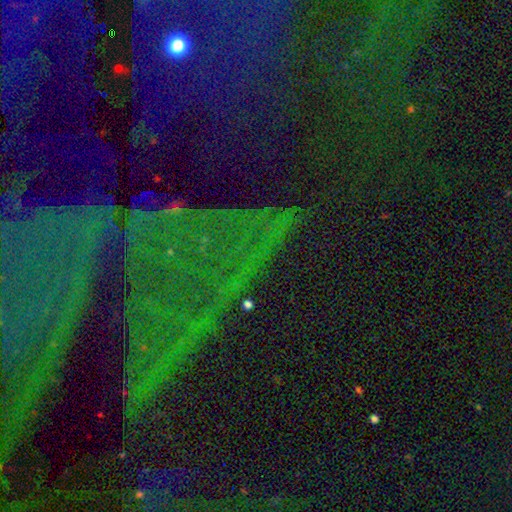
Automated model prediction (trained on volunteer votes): star or artifact 79%, featured or disk 11%, smooth 10%.